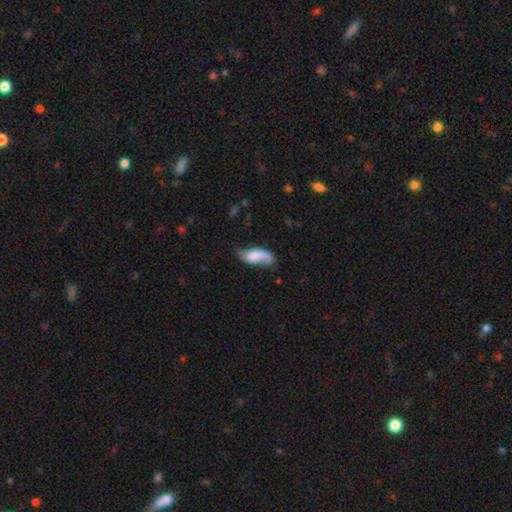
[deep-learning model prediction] Smooth or featured: smooth — 58% (featured or disk — 35%)
How rounded: in between — 82% (cigar-shaped — 15%)
Merging: none — 47% (minor disturbance — 31%)